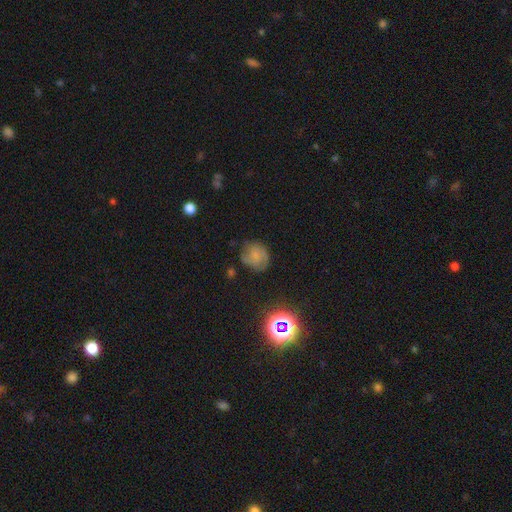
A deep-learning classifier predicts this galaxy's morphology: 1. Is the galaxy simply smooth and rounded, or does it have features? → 47% smooth, 38% featured or disk, 14% star or artifact.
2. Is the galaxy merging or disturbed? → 67% none, 22% minor disturbance, 9% major disturbance, 2% merger.